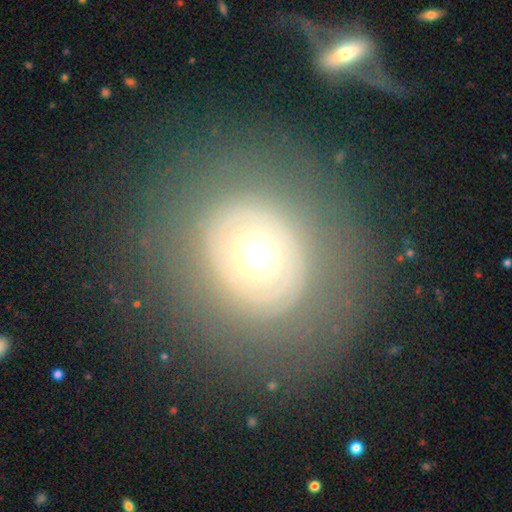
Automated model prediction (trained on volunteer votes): Smooth or featured? Predicted: featured or disk (p=0.52). Edge-on disk? Predicted: no (p=0.95). Merging? Predicted: none (p=0.78).